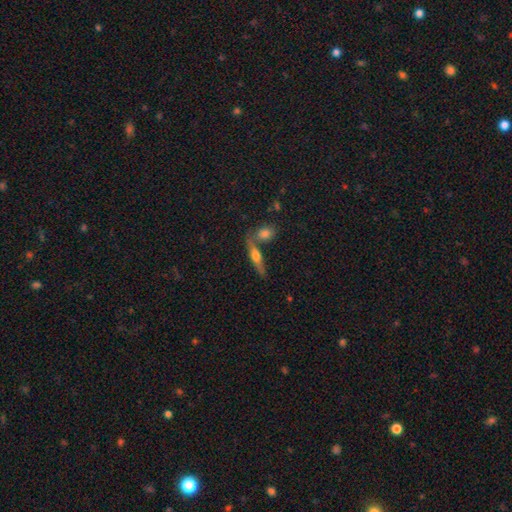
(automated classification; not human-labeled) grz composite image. It shows a featured or disk galaxy (55%) viewed edge-on (92%) with a rounded central bulge (91%). Merging: none (63%).